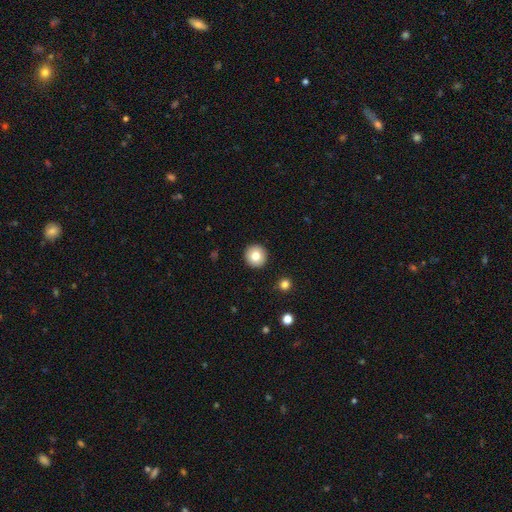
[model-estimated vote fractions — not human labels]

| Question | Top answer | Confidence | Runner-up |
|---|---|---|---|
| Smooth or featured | smooth | 81% | featured or disk (10%) |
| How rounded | round | 95% | in between (4%) |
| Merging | none | 93% | minor disturbance (4%) |